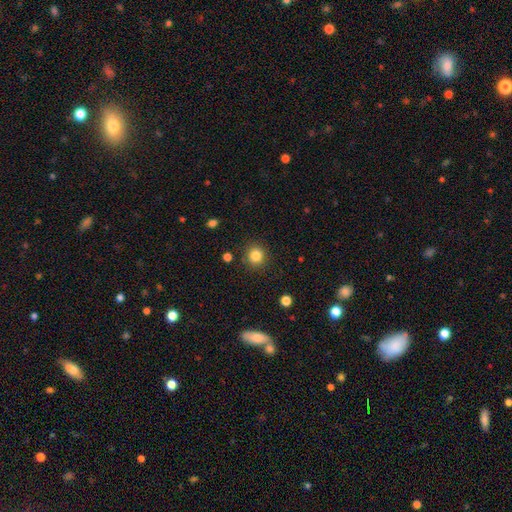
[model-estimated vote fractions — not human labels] This is clearly a smooth galaxy (84%). How rounded: clearly round (91%). Merging: clearly none (88%).